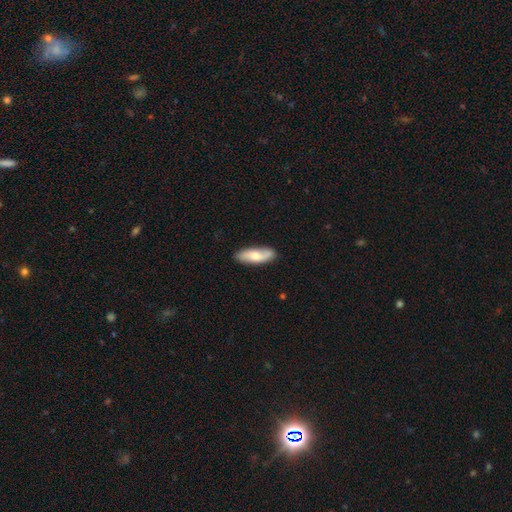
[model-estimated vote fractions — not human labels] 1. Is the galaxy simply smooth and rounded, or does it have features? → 61% smooth, 33% featured or disk, 5% star or artifact.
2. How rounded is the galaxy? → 63% in between, 35% cigar-shaped, 2% round.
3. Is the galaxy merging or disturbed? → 82% none, 13% minor disturbance, 2% major disturbance, 2% merger.